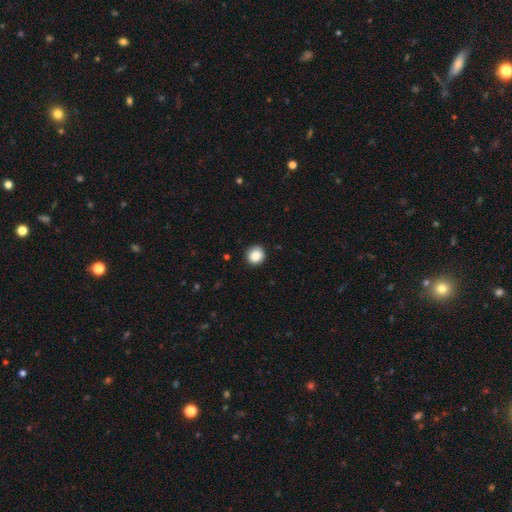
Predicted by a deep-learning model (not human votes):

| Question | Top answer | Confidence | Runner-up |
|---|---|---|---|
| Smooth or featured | smooth | 87% | star or artifact (9%) |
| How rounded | round | 92% | in between (7%) |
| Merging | none | 90% | minor disturbance (7%) |